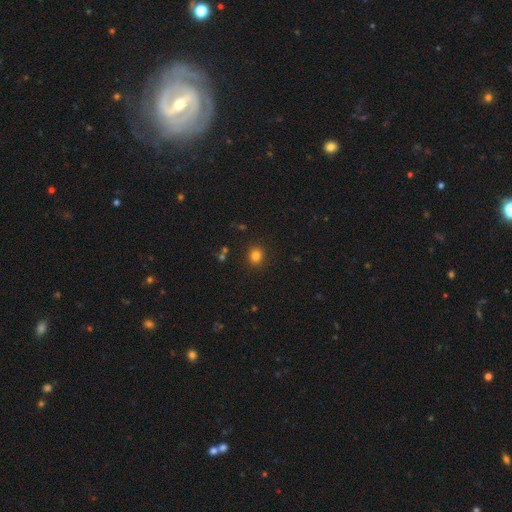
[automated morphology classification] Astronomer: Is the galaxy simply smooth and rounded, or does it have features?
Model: smooth — 81%.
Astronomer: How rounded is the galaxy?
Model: round — 84%.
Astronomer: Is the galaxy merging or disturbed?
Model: none — 90%.